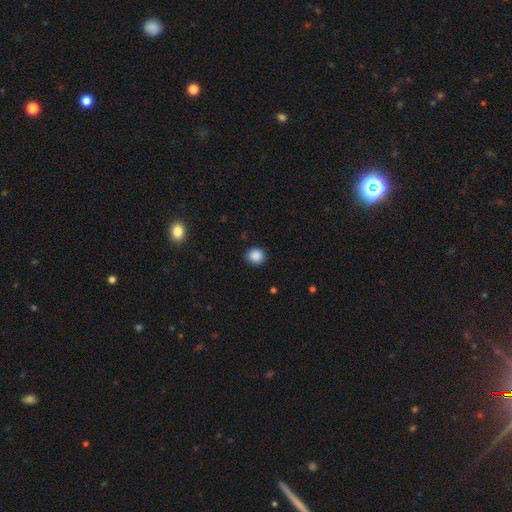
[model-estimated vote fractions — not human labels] Smooth or featured? smooth (88%)
How rounded? round (82%)
Merging? none (88%)